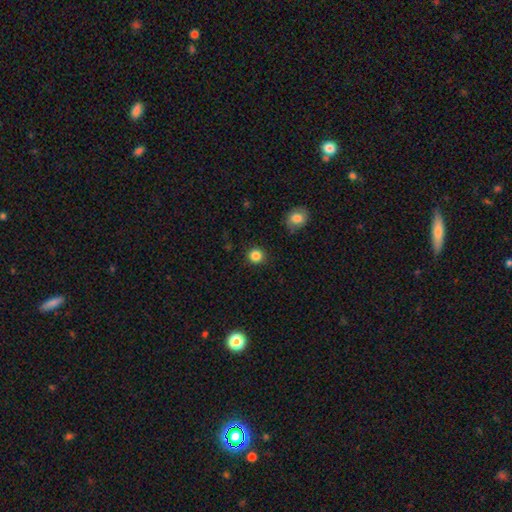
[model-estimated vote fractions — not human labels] Smooth or featured? smooth (84%)
How rounded? round (92%)
Merging? none (90%)